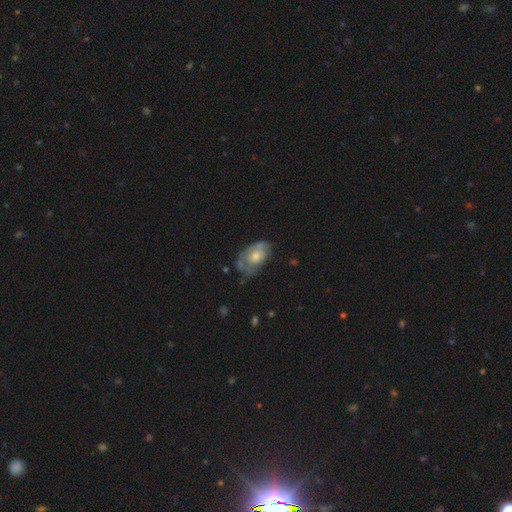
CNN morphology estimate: Smooth or featured?
  - featured or disk: 54% *
  - smooth: 38%
  - star or artifact: 8%
Edge-on disk?
  - no: 93% *
  - yes: 7%
Bar?
  - no: 85% *
  - weak: 13%
  - strong: 2%
Spiral arms?
  - no: 51% *
  - yes: 49%
Bulge size?
  - moderate: 61% *
  - small: 25%
  - large: 10%
  - none: 3%
  - dominant: 1%
Merging?
  - none: 53% *
  - minor disturbance: 30%
  - major disturbance: 14%
  - merger: 3%